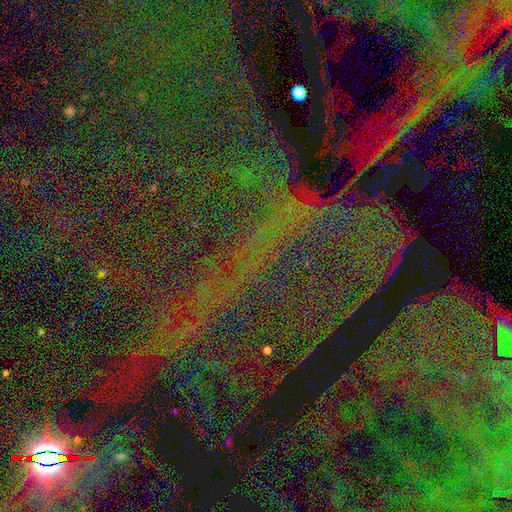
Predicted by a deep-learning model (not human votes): Q: Smooth or featured?
A: star or artifact (85%); runner-up: featured or disk (8%)